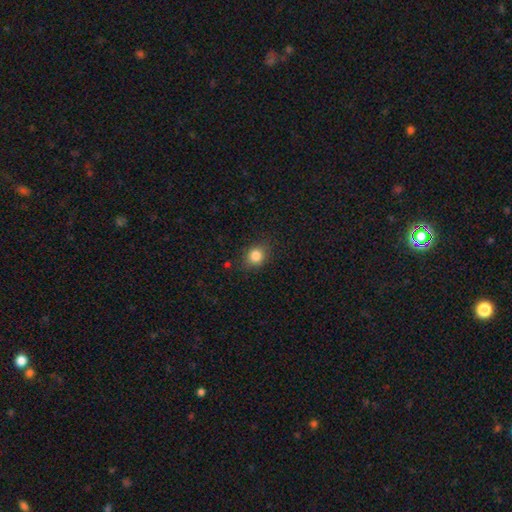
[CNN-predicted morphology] This is clearly a smooth galaxy (83%). How rounded: likely round (71%). Merging: clearly none (84%).